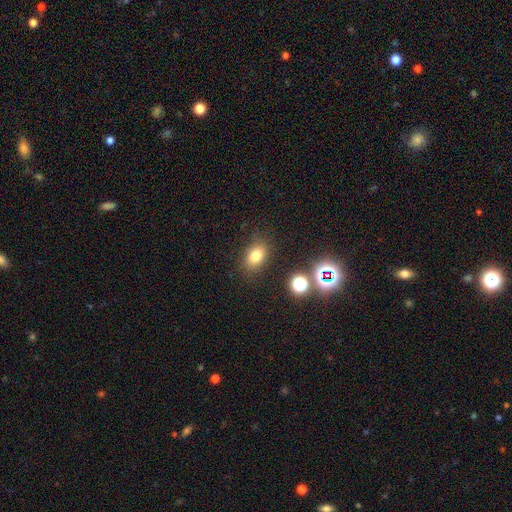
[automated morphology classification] smooth-or-featured: smooth: 77% | star or artifact: 14% | featured or disk: 9%
  how-rounded: in between: 75% | round: 24% | cigar-shaped: 1%
  merging: none: 81% | minor disturbance: 12% | major disturbance: 4% | merger: 3%